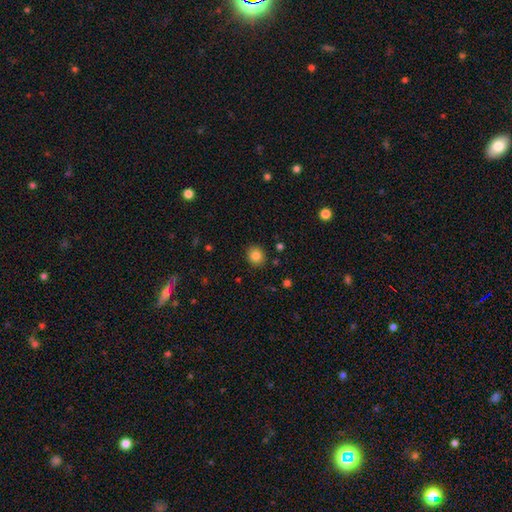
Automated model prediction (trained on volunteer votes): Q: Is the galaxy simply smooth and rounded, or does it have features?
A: smooth — 84%.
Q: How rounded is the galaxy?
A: round — 80%.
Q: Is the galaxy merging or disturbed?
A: none — 89%.